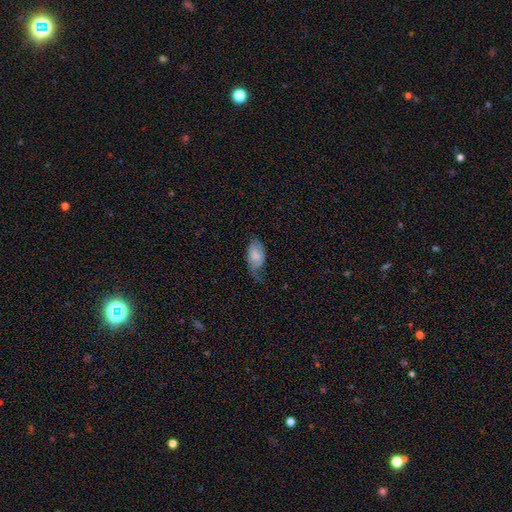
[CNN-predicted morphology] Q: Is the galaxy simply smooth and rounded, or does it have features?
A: smooth — 60%.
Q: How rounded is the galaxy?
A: in between — 93%.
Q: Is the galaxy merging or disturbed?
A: minor disturbance — 37%.